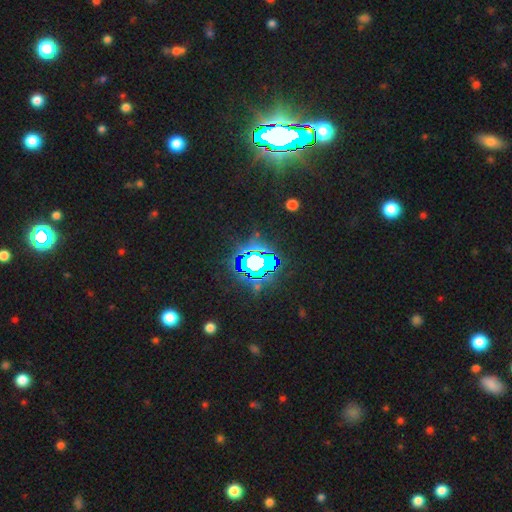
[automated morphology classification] Smooth or featured? star or artifact (77%)